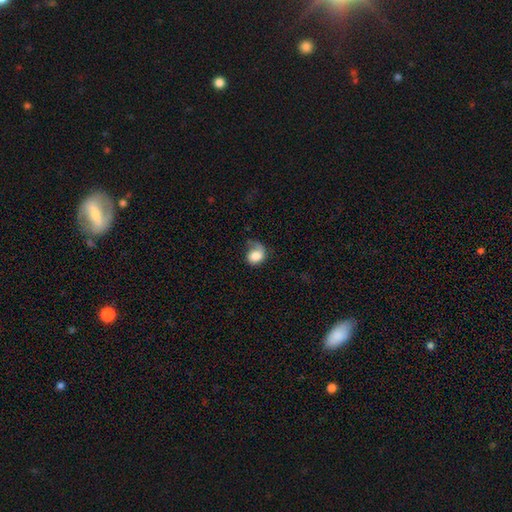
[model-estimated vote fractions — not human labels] Smooth or featured? Predicted: smooth (p=0.69). How rounded? Predicted: round (p=0.54). Merging? Predicted: major disturbance (p=0.34).